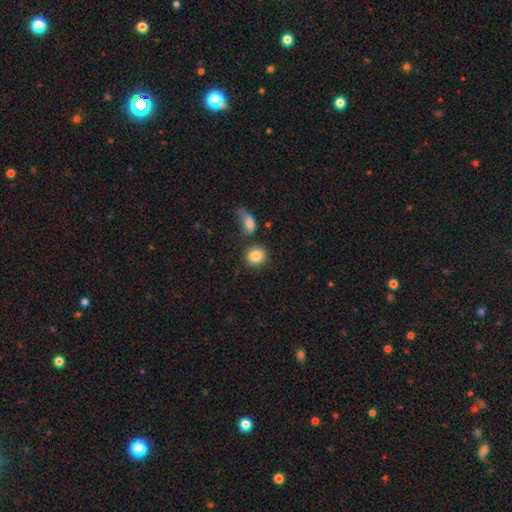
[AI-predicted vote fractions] smooth-or-featured: smooth: 85% | star or artifact: 9% | featured or disk: 6%
  how-rounded: round: 81% | in between: 18% | cigar-shaped: 1%
  merging: none: 75% | minor disturbance: 10% | merger: 10% | major disturbance: 5%